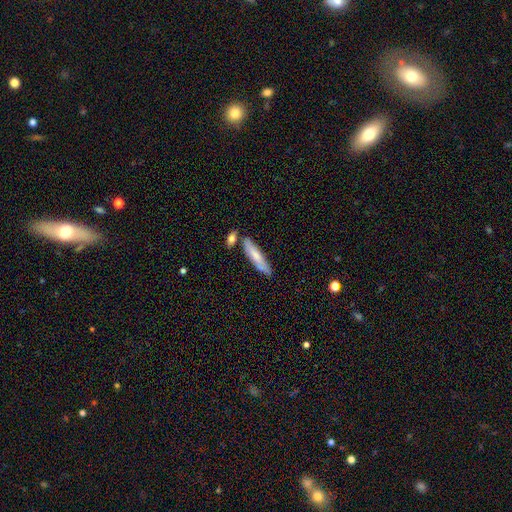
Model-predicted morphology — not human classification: smooth-or-featured: smooth: 70% | featured or disk: 24% | star or artifact: 6%
  how-rounded: cigar-shaped: 82% | in between: 16% | round: 1%
  merging: none: 71% | minor disturbance: 16% | merger: 11% | major disturbance: 3%